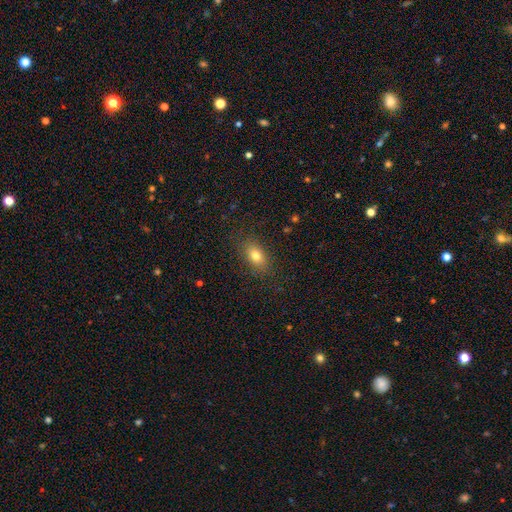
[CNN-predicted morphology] smooth-or-featured: smooth: 79% | featured or disk: 11% | star or artifact: 10%
  how-rounded: in between: 84% | round: 13% | cigar-shaped: 4%
  merging: none: 84% | minor disturbance: 11% | major disturbance: 4% | merger: 1%